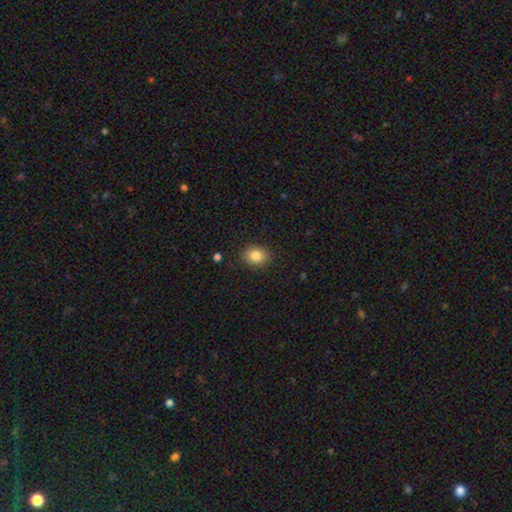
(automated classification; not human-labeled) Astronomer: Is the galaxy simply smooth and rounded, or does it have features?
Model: smooth — 84%.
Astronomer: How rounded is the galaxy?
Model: round — 59% (runner-up: in between, 40%).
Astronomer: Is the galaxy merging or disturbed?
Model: none — 88%.